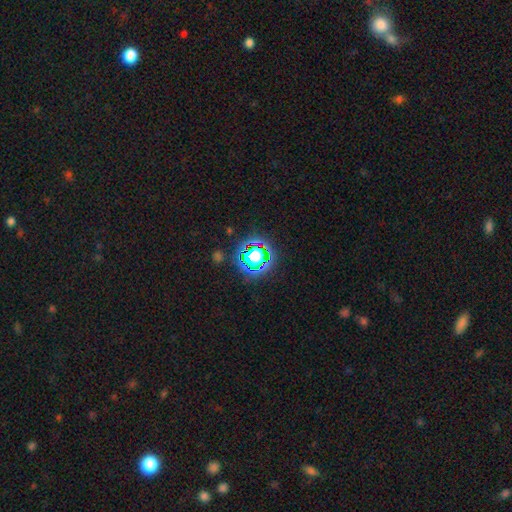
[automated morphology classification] This appears to be a star or artifact, not a galaxy (57%).